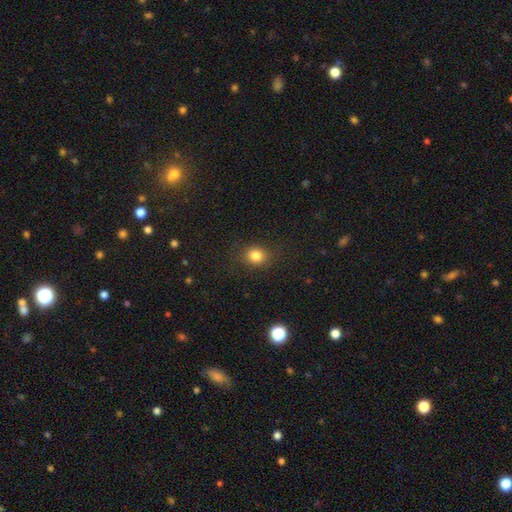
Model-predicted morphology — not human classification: smooth_or_featured: smooth (p=0.81) [alt: star or artifact p=0.12]
how_rounded: round (p=0.70) [alt: in between p=0.29]
merging: none (p=0.85) [alt: minor disturbance p=0.10]